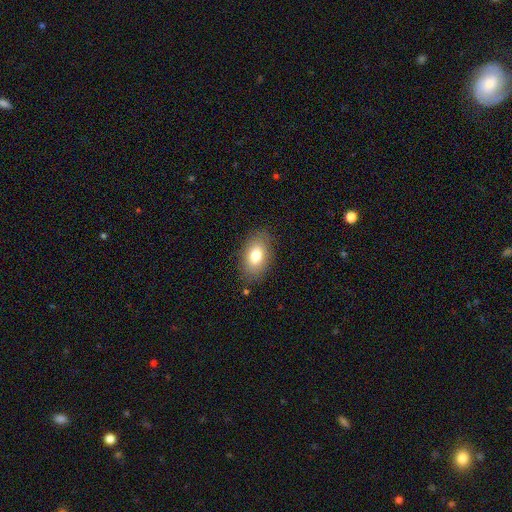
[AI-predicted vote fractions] smooth 78%, featured or disk 14%, star or artifact 8%. Down the decision tree: how rounded — in between (89%); merging — none (83%).